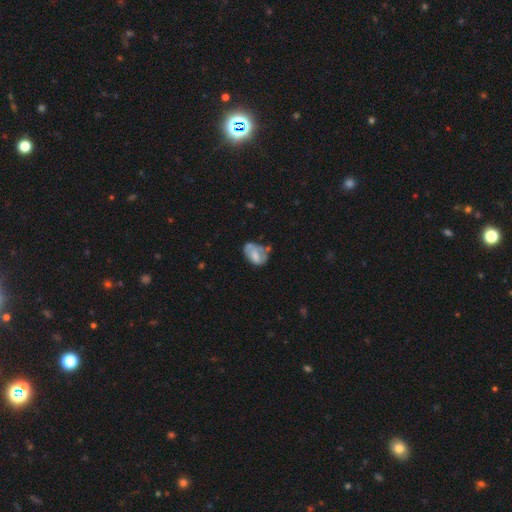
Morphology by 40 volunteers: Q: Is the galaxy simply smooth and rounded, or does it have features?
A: smooth — 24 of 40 (60%).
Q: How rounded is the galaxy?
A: in between — 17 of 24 (71%).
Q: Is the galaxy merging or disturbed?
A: minor disturbance — 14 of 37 (38%).